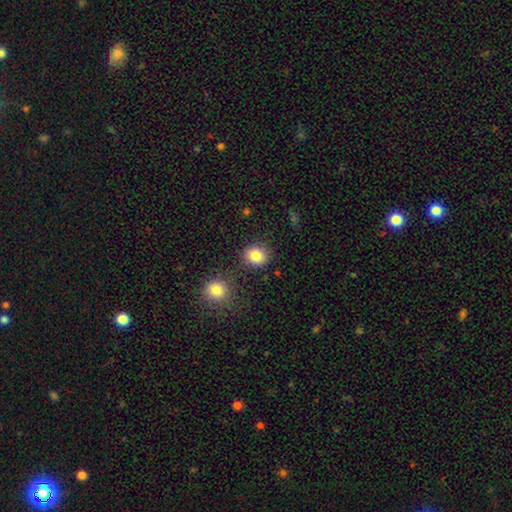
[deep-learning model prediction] Morphology: type=smooth (84%); roundness=round (75%); merging=none (81%).